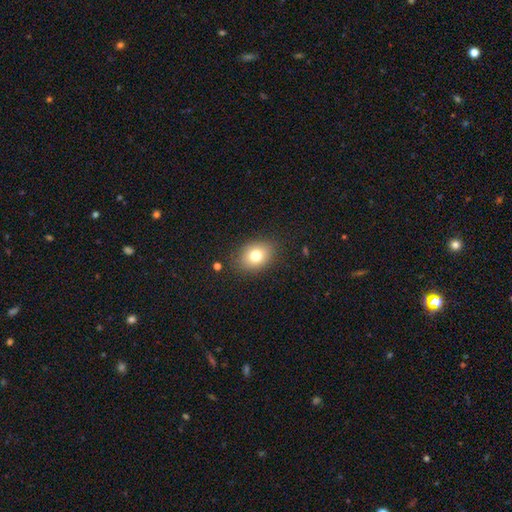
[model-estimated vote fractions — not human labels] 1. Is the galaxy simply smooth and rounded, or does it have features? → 76% smooth, 13% featured or disk, 11% star or artifact.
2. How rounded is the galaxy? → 64% in between, 35% round, 1% cigar-shaped.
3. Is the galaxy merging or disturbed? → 85% none, 10% minor disturbance, 3% major disturbance, 1% merger.